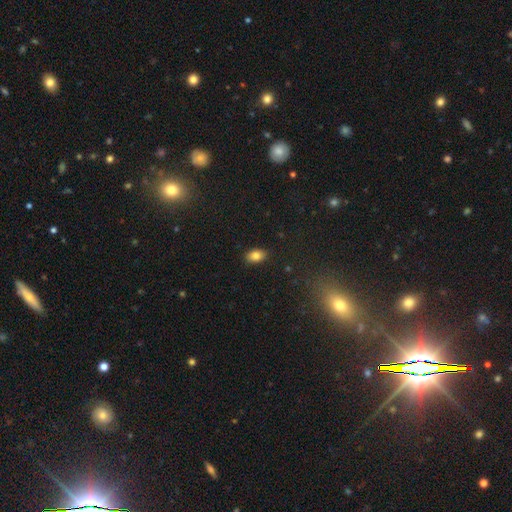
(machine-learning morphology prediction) Smooth or featured? Predicted: smooth (p=0.83). How rounded? Predicted: in between (p=0.87). Merging? Predicted: none (p=0.88).